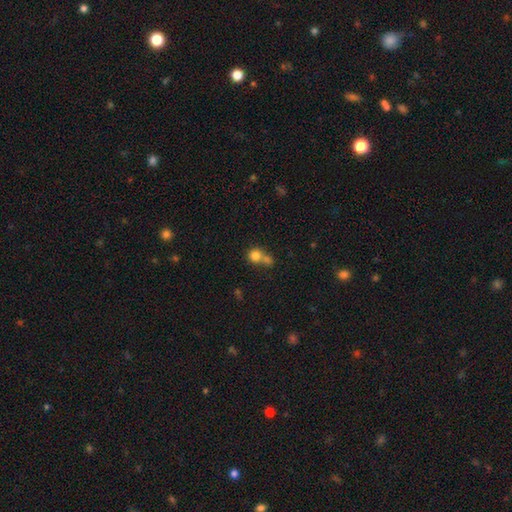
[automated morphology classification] This is likely a smooth galaxy (79%). How rounded: clearly round (86%). Merging: possibly merger (49%).